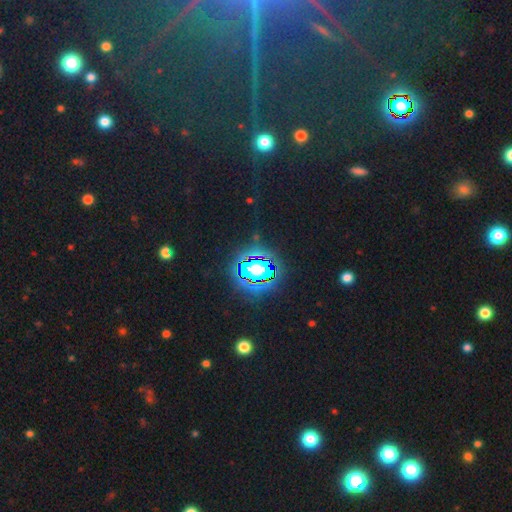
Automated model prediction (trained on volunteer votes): A star or artifact, not a galaxy (84%).